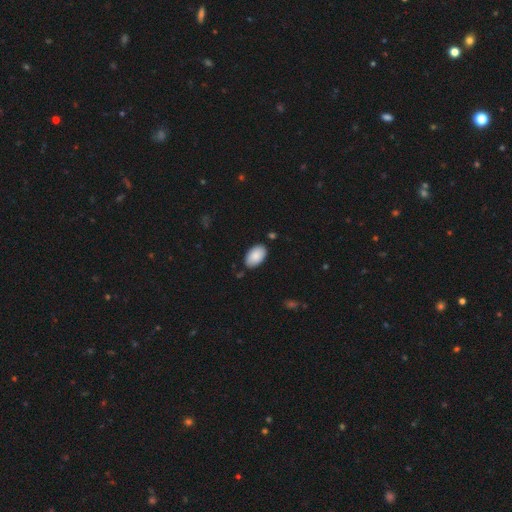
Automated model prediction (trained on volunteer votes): smooth_or_featured: smooth (p=0.89) [alt: star or artifact p=0.06]
how_rounded: in between (p=0.95) [alt: round p=0.04]
merging: none (p=0.83) [alt: minor disturbance p=0.13]